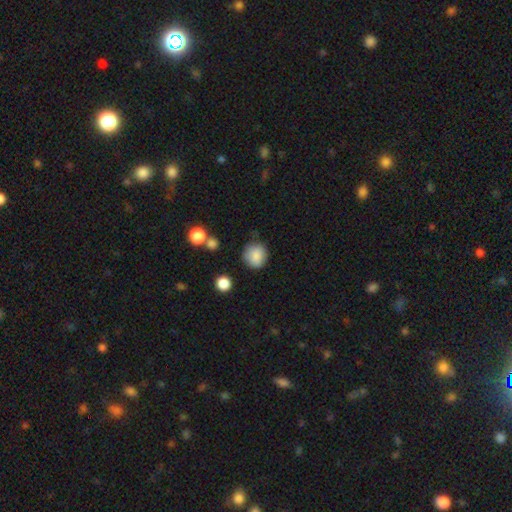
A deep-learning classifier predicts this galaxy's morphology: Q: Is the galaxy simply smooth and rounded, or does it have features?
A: smooth — 86%.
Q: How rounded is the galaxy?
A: round — 86%.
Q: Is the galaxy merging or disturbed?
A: none — 78%.